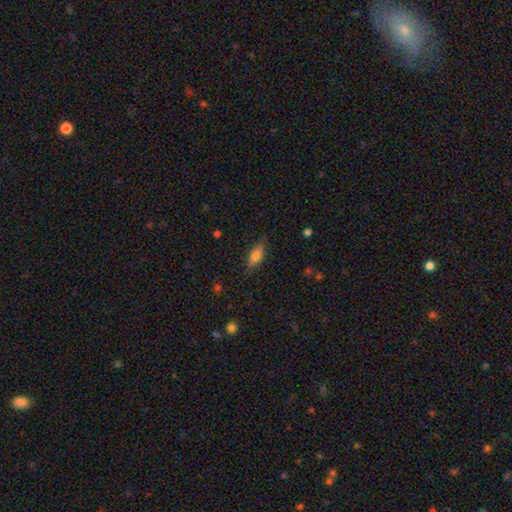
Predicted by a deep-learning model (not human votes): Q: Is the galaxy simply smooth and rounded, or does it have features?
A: smooth — 79%.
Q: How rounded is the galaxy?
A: in between — 74%.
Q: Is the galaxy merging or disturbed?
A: none — 82%.